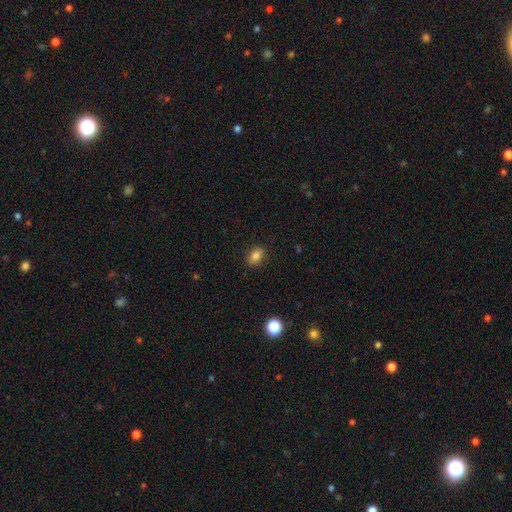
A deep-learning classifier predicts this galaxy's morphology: smooth_or_featured: smooth (p=0.82) [alt: star or artifact p=0.10]
how_rounded: in between (p=0.75) [alt: round p=0.23]
merging: none (p=0.87) [alt: minor disturbance p=0.10]